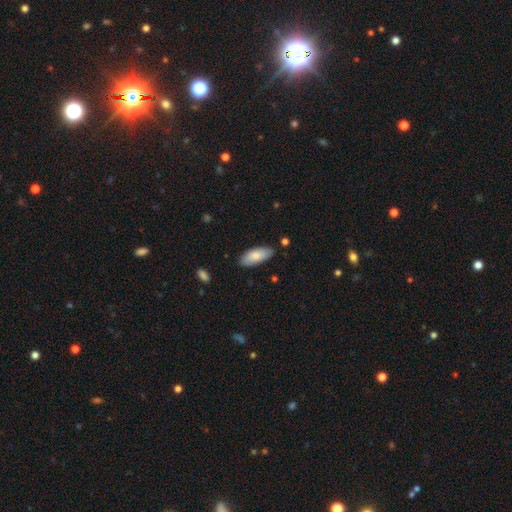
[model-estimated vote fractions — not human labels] A smooth galaxy with no disk features (83%) that is in between round and cigar-shaped (82%).

Vote fractions:
- Smooth or featured? smooth: 83% / featured or disk: 11% / star or artifact: 6%
- How rounded? in between: 82% / cigar-shaped: 16% / round: 2%
- Merging? none: 83% / minor disturbance: 13% / major disturbance: 2% / merger: 2%